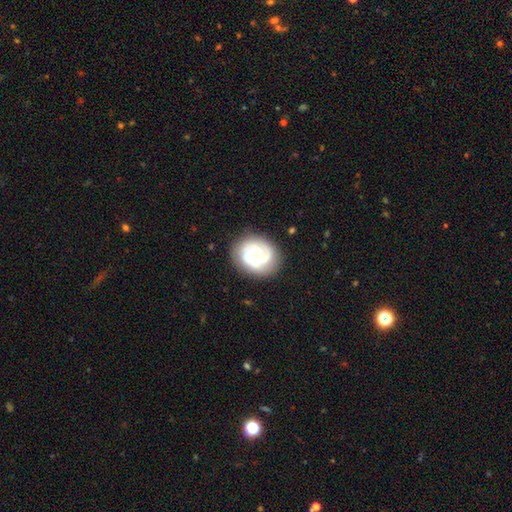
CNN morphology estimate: The model was most divided on "spiral arm count": 3: 51%, 2: 24%, can't tell: 10%, 4: 7%, 1: 4%, more than 4: 4%. More confident: edge-on disk — no (98%); spiral arms — yes (98%); smooth or featured — featured or disk (85%); merging — none (82%); bar — no (71%); spiral winding — tight (67%); bulge size — small (60%).